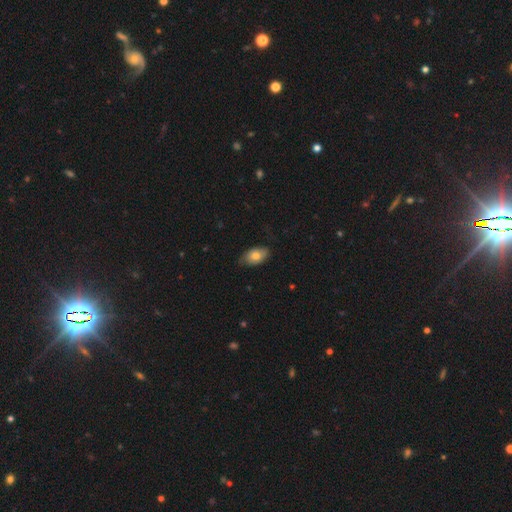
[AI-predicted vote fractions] Morphology: type=smooth (72%); roundness=in between (91%); merging=none (70%).